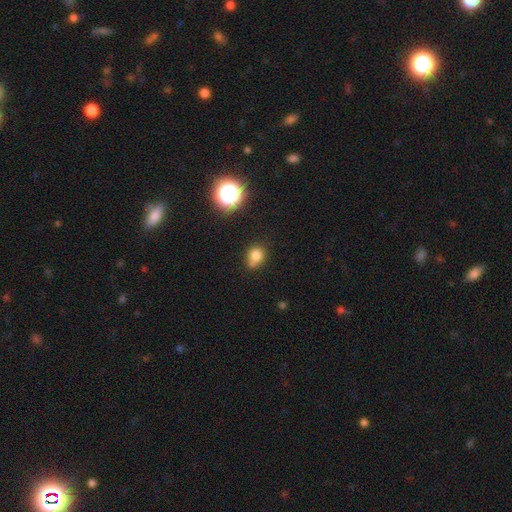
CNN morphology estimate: smooth 77%, star or artifact 14%, featured or disk 9%. Down the decision tree: how rounded — round (68%); merging — none (58%).